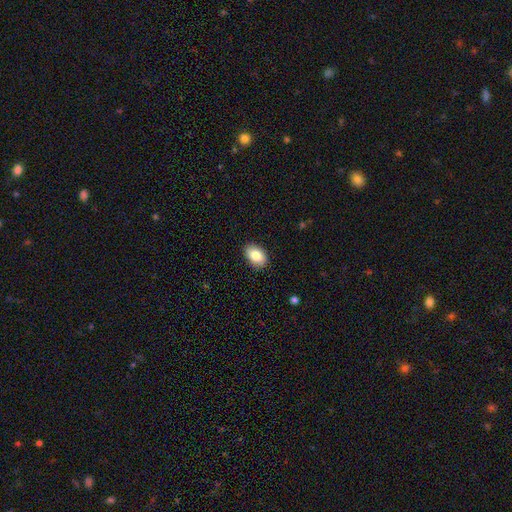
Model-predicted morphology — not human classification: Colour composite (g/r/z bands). It shows a smooth galaxy with no disk features (84%) that is in between round and cigar-shaped (88%). Merging: none (88%).